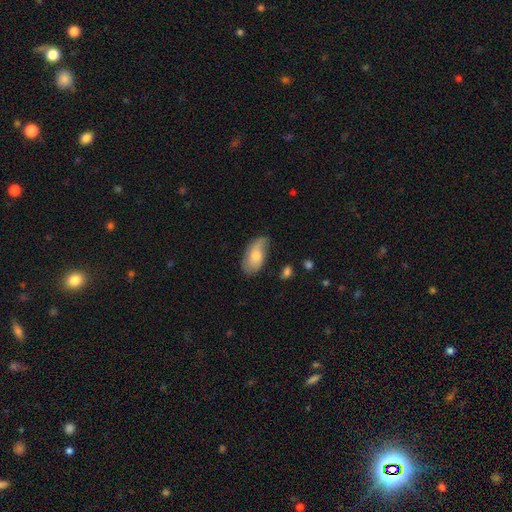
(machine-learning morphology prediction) type=smooth (66%); roundness=in between (93%); merging=none (52%).